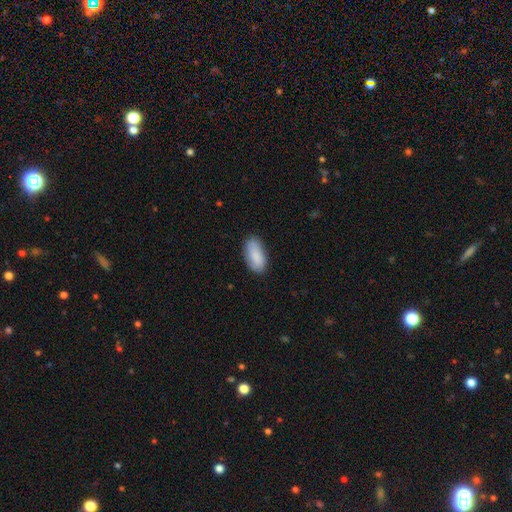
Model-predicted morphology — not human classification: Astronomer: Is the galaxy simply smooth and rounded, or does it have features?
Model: smooth — 86%.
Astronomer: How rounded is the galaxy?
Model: in between — 90%.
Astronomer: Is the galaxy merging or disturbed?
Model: none — 80%.